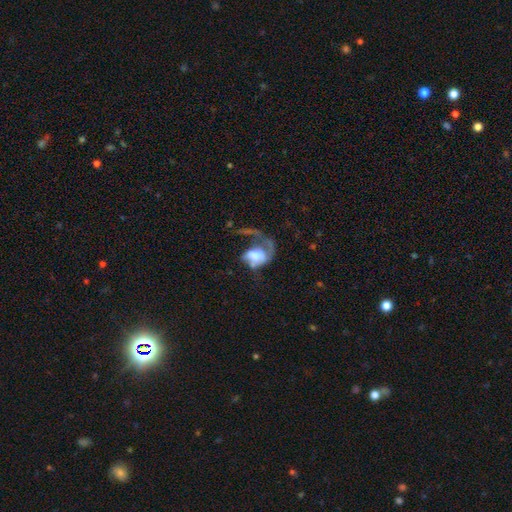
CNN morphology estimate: Q: Smooth or featured?
A: featured or disk (57%); runner-up: smooth (35%)
Q: Edge-on disk?
A: no (97%); runner-up: yes (3%)
Q: Bar?
A: no (69%); runner-up: weak (23%)
Q: Spiral arms?
A: yes (73%); runner-up: no (27%)
Q: Bulge size?
A: large (42%); runner-up: moderate (25%)
Q: Merging?
A: major disturbance (59%); runner-up: none (19%)